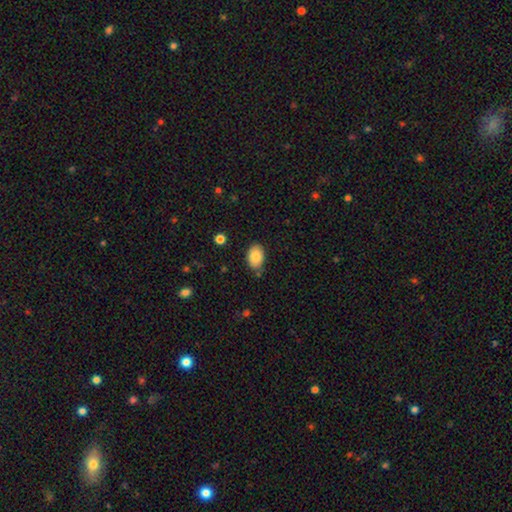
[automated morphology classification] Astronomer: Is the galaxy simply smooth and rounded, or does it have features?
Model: smooth — 87%.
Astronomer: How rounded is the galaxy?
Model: in between — 87%.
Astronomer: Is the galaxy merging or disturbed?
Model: none — 79%.